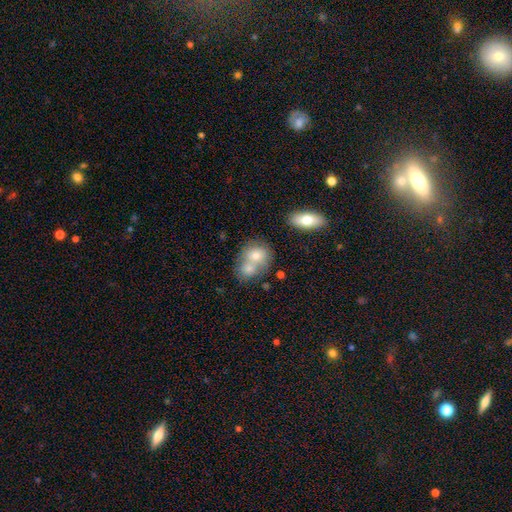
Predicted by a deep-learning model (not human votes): Smooth or featured?
  - smooth: 72% *
  - featured or disk: 19%
  - star or artifact: 9%
How rounded?
  - round: 57% *
  - in between: 41%
  - cigar-shaped: 2%
Merging?
  - merger: 58% *
  - none: 31%
  - minor disturbance: 8%
  - major disturbance: 3%